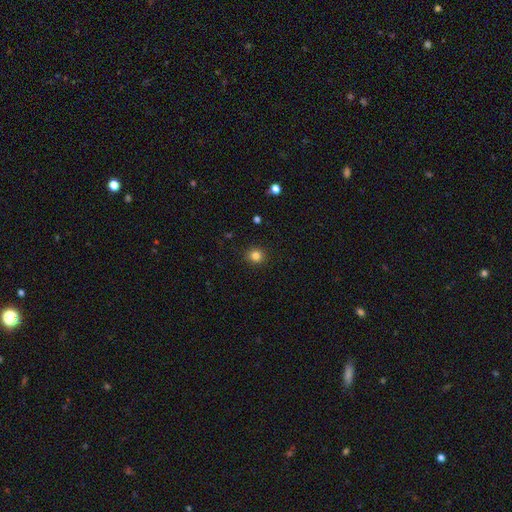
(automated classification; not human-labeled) A smooth galaxy with no disk features (83%) that is round (90%). Merging: none (91%).